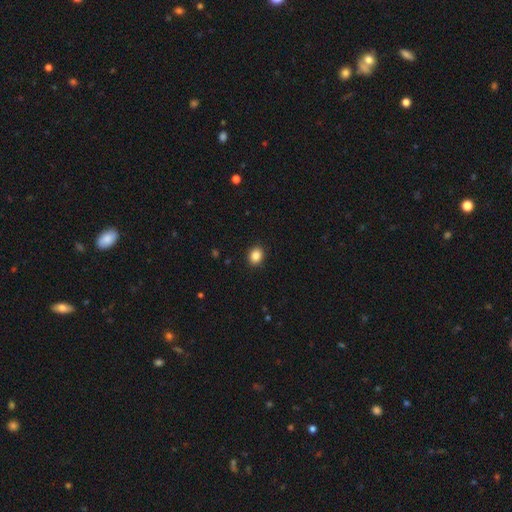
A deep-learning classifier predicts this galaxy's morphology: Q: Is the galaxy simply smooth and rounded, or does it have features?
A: smooth — 87%.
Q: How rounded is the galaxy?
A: round — 51%.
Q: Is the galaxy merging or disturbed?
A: none — 91%.